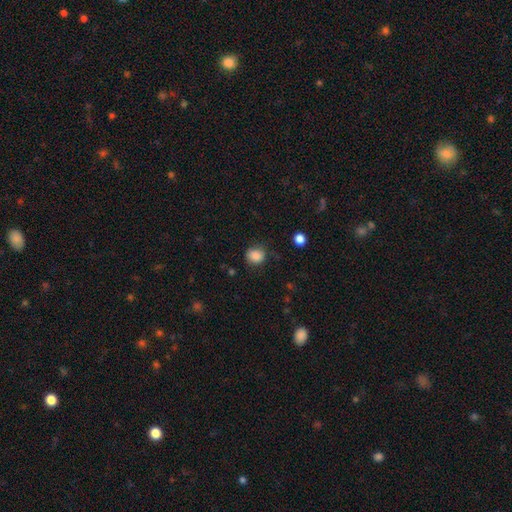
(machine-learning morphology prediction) smooth_or_featured: smooth (p=0.86) [alt: star or artifact p=0.10]
how_rounded: round (p=0.70) [alt: in between p=0.29]
merging: none (p=0.75) [alt: minor disturbance p=0.18]